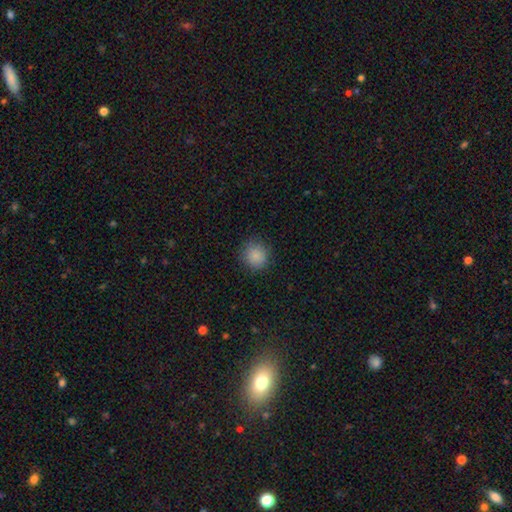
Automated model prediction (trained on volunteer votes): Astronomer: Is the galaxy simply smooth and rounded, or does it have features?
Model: smooth — 86%.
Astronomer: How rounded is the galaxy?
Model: round — 92%.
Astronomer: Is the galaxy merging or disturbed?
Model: none — 88%.